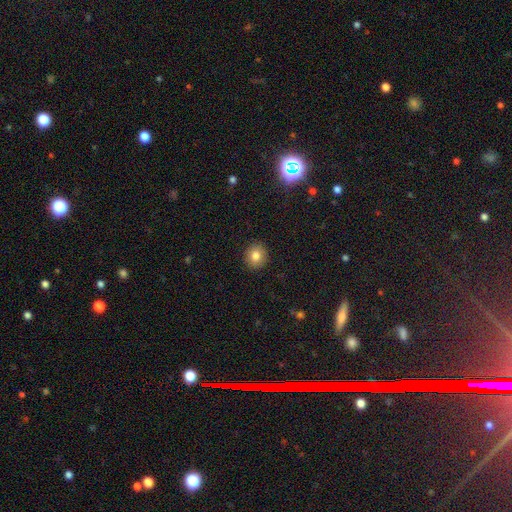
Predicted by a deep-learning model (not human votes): This is clearly a smooth galaxy (81%). How rounded: clearly round (86%). Merging: clearly none (92%).